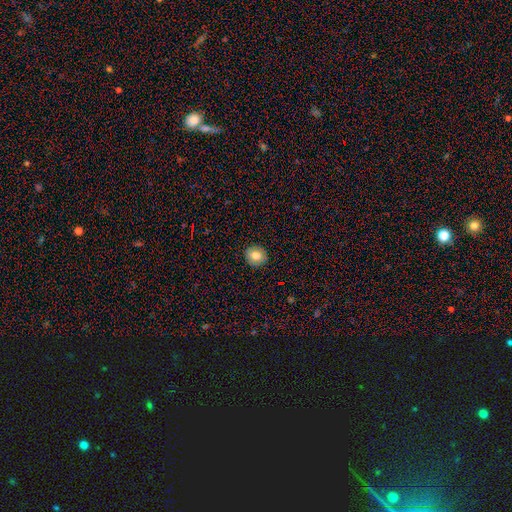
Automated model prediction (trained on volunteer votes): A smooth galaxy with no disk features (76%) that is round (84%). Merging: none (91%).